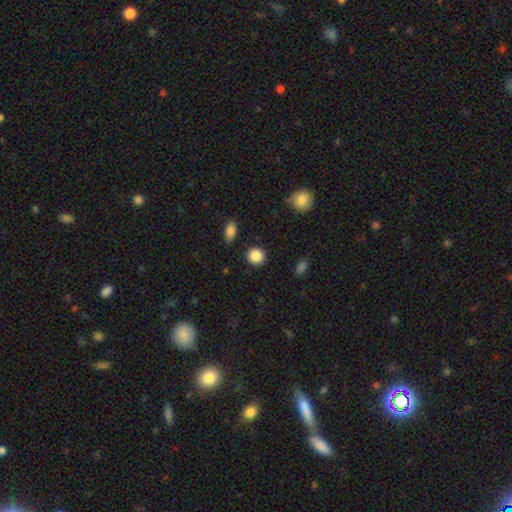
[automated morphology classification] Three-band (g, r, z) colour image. It shows a smooth galaxy with no disk features (88%) that is round (88%). Merging: none (89%).